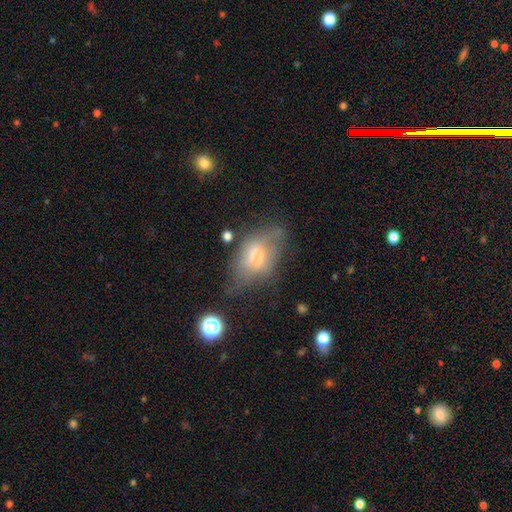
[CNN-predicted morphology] type=smooth (50%); roundness=in between (84%); merging=none (40%).